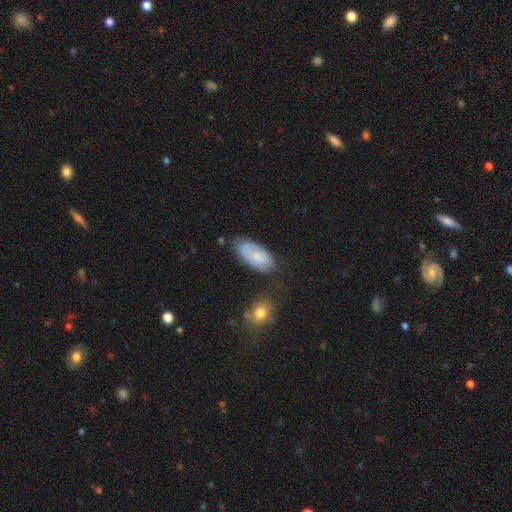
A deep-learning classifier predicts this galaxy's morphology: smooth_or_featured: smooth (p=0.73) [alt: featured or disk p=0.20]
how_rounded: in between (p=0.92) [alt: cigar-shaped p=0.06]
merging: none (p=0.67) [alt: minor disturbance p=0.22]